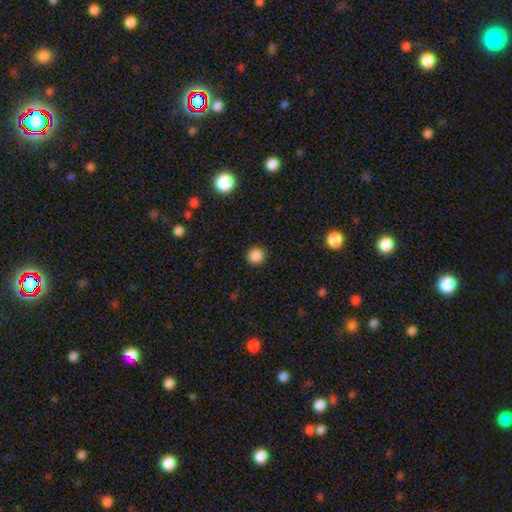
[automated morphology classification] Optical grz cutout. It shows a smooth galaxy with no disk features (86%) that is round (94%). Merging: none (91%).